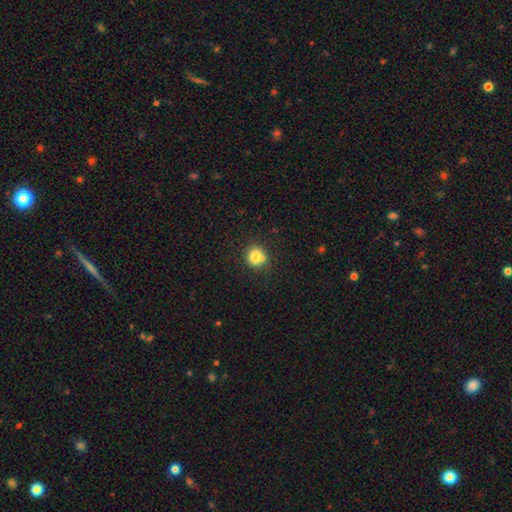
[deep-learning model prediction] Morphology: type=smooth (77%); roundness=round (78%); merging=none (56%).